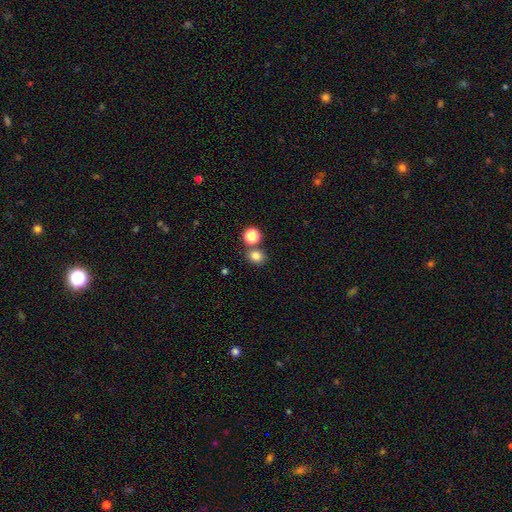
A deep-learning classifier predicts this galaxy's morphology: This is clearly a smooth galaxy (81%). How rounded: likely round (72%). Merging: likely none (69%).